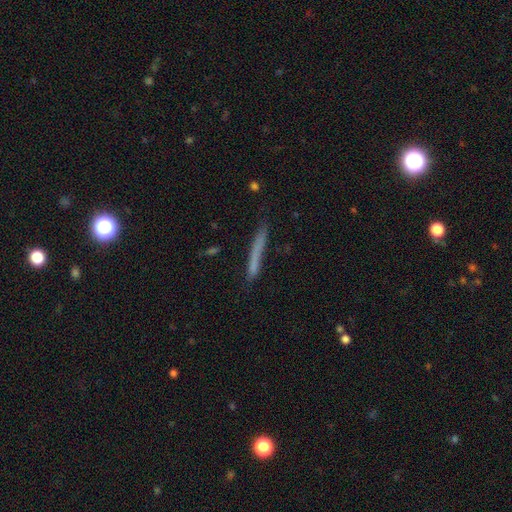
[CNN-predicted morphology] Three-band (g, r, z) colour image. It shows a smooth galaxy with no disk features (63%) that is cigar-shaped (96%). Merging: none (78%).